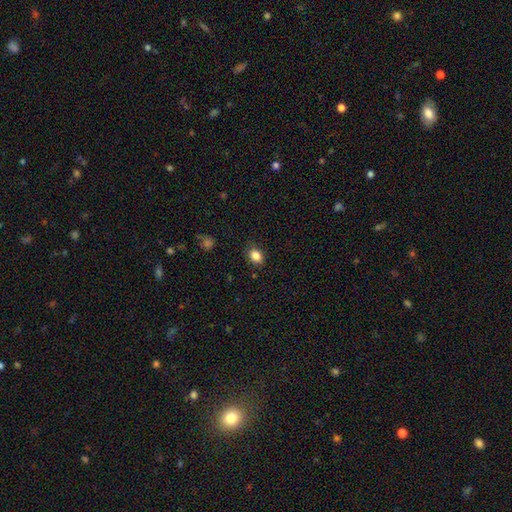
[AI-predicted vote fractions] smooth_or_featured: smooth (p=0.85) [alt: star or artifact p=0.10]
how_rounded: in between (p=0.63) [alt: round p=0.36]
merging: none (p=0.85) [alt: minor disturbance p=0.11]